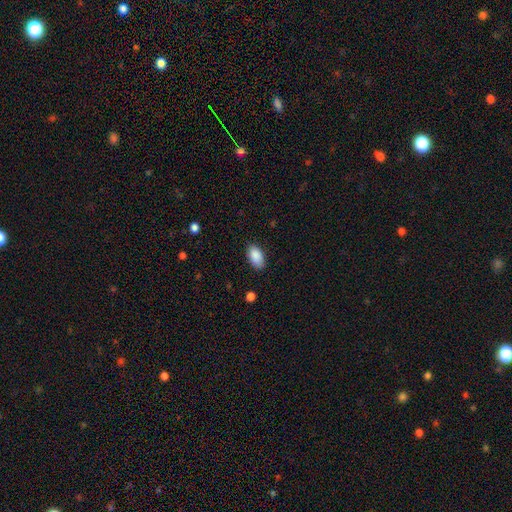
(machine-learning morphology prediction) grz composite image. It shows a smooth galaxy with no disk features (89%) that is in between round and cigar-shaped (94%). Merging: none (84%).